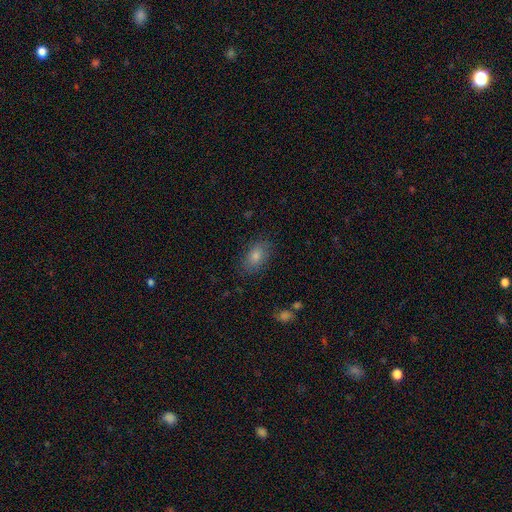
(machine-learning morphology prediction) smooth_or_featured: smooth (p=0.70) [alt: featured or disk p=0.15]
how_rounded: in between (p=0.85) [alt: round p=0.12]
merging: none (p=0.83) [alt: minor disturbance p=0.12]